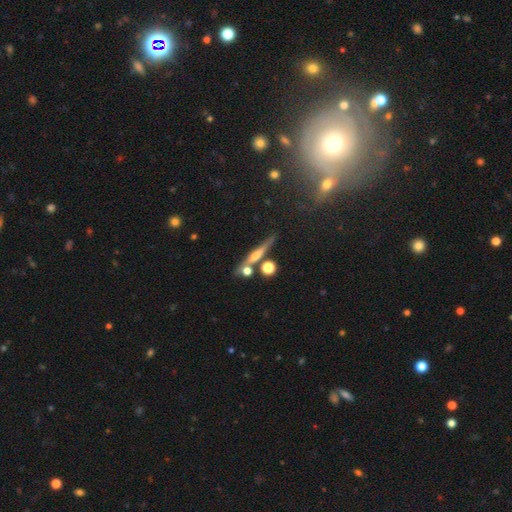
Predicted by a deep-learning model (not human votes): smooth_or_featured: featured or disk (p=0.50) [alt: smooth p=0.37]
disk_edge_on: yes (p=0.88) [alt: no p=0.12]
merging: none (p=0.66) [alt: merger p=0.16]